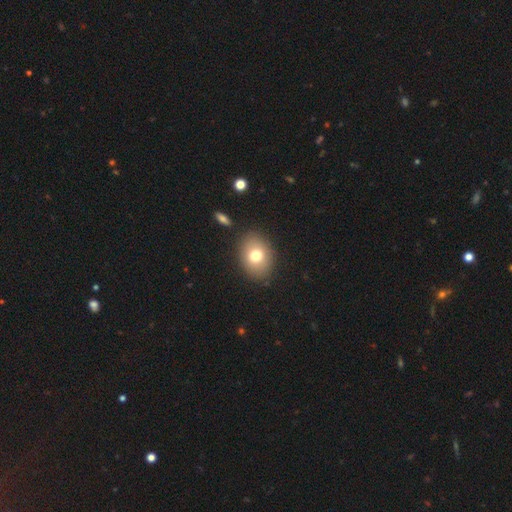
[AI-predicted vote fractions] This appears to be a smooth galaxy with no disk features (74%) that is in between round and cigar-shaped (62%). Merging: none (85%).